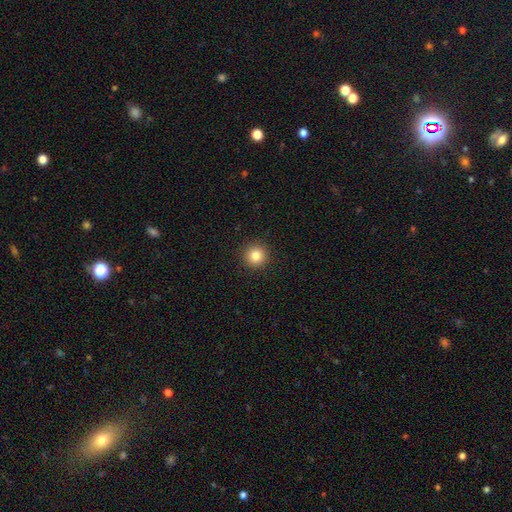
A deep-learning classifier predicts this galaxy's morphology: Overall: smooth (83%). How rounded: round (95%). Merging: none (93%).